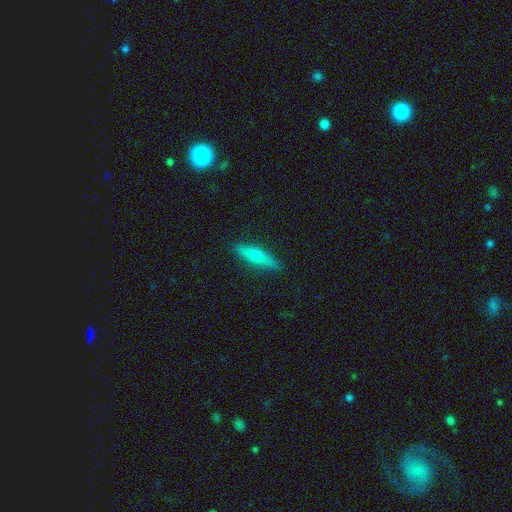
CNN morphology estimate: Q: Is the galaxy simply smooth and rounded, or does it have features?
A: featured or disk — 49%.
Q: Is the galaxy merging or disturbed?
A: none — 90%.